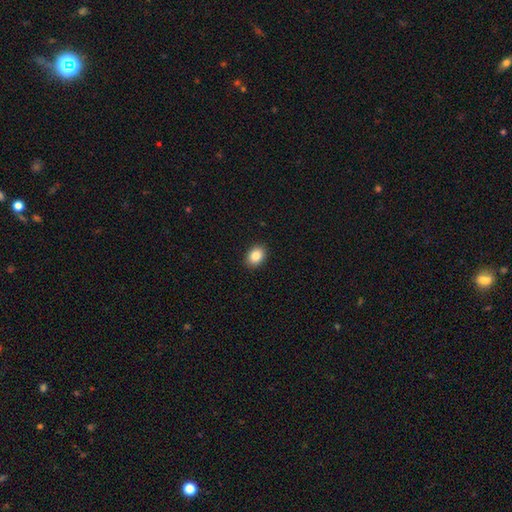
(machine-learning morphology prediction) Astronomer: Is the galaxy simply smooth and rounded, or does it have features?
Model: smooth — 85%.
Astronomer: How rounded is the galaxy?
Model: in between — 71%.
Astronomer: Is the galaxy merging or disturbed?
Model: none — 91%.